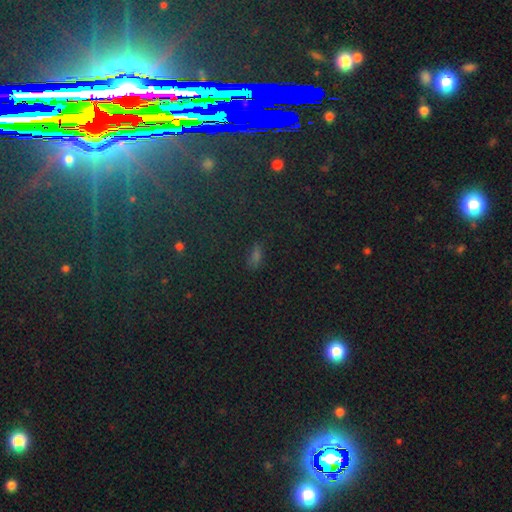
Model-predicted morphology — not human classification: A smooth galaxy with no disk features (54%) that is in between round and cigar-shaped (73%). Merging: none (80%).